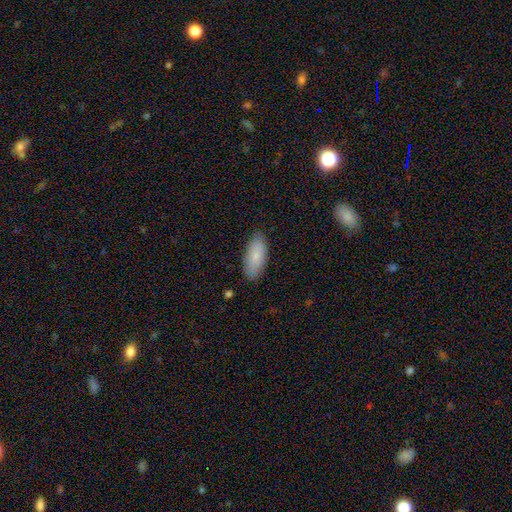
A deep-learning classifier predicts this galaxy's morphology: type=smooth (85%); roundness=in between (84%); merging=none (86%).